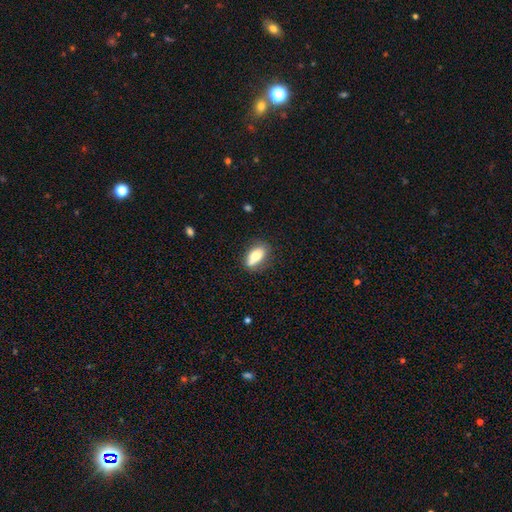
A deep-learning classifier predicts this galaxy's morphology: Overall: smooth (73%). How rounded: in between (85%). Merging: none (66%).